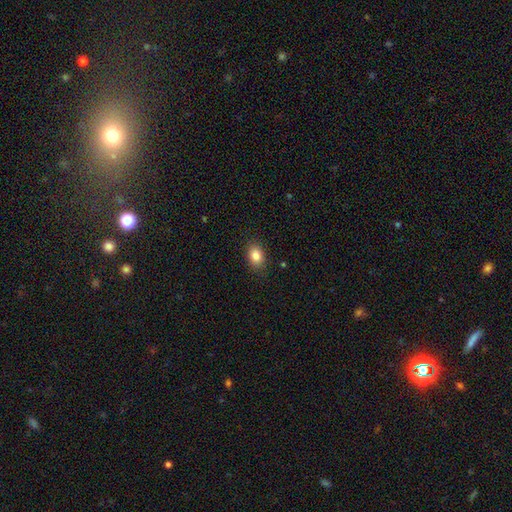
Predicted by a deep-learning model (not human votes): smooth-or-featured: smooth: 85% | star or artifact: 9% | featured or disk: 6%
  how-rounded: in between: 76% | round: 23% | cigar-shaped: 1%
  merging: none: 86% | minor disturbance: 10% | major disturbance: 3% | merger: 1%